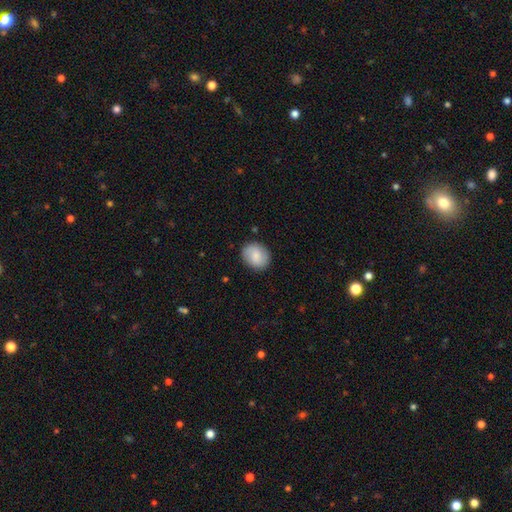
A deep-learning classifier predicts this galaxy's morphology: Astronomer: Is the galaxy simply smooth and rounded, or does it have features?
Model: smooth — 78%.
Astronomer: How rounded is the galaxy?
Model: round — 62% (runner-up: in between, 37%).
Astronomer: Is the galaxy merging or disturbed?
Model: none — 87%.